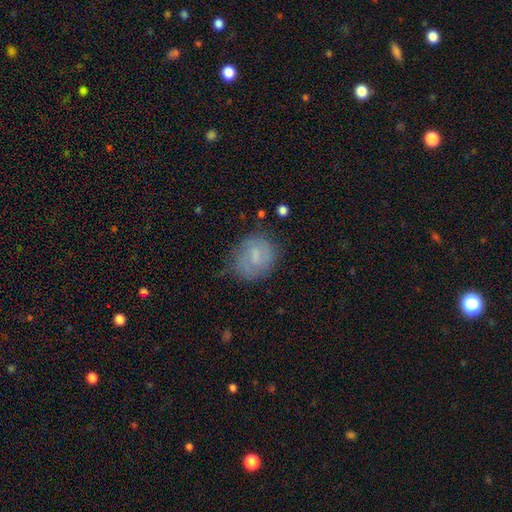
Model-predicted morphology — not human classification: Overall: smooth (53%; featured or disk 38%). How rounded: round (60%; in between 38%). Merging: none (62%; minor disturbance 26%).